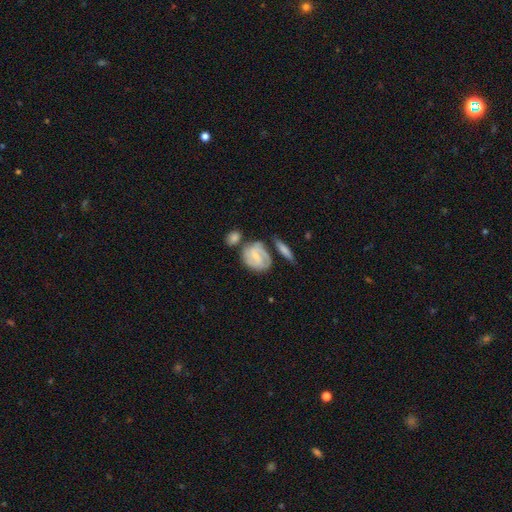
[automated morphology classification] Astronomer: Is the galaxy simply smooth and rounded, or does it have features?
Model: featured or disk — 65%.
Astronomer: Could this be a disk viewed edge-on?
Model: no — 96%.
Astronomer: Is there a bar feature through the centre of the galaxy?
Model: weak — 50% (runner-up: no, 29%).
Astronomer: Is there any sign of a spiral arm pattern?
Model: yes — 88%.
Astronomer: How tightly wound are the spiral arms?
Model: tight — 52% (runner-up: medium, 37%).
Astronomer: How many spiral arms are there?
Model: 2 — 50%.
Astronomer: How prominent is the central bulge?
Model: small — 59%.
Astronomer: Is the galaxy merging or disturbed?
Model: none — 52%.